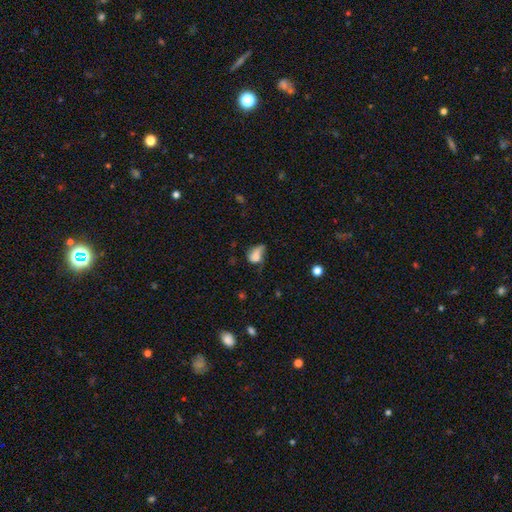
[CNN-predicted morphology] Smooth or featured?
  - smooth: 64% *
  - featured or disk: 25%
  - star or artifact: 11%
How rounded?
  - in between: 77% *
  - round: 20%
  - cigar-shaped: 2%
Merging?
  - minor disturbance: 34% *
  - major disturbance: 33%
  - none: 27%
  - merger: 6%